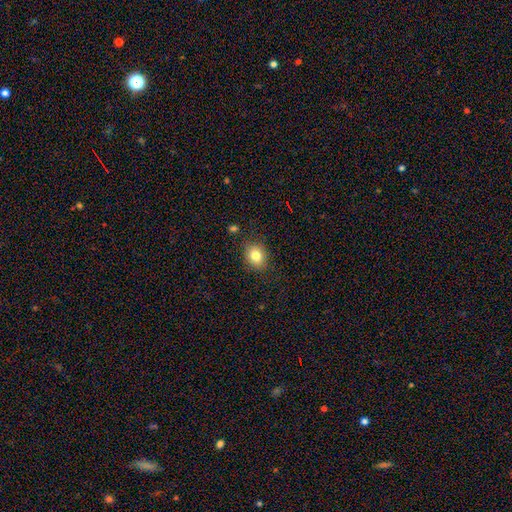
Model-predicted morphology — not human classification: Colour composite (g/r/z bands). It shows a smooth galaxy with no disk features (80%) that is round (58%). Merging: none (85%).